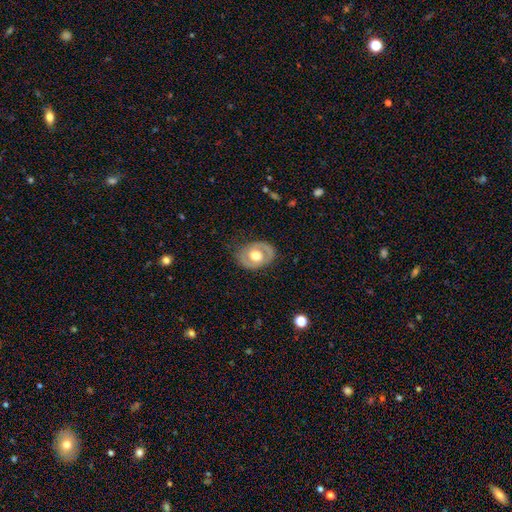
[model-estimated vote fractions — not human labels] Smooth or featured? featured or disk (58%)
Edge-on disk? no (94%)
Bar? no (74%)
Spiral arms? no (54%)
Bulge size? moderate (61%)
Merging? none (74%)